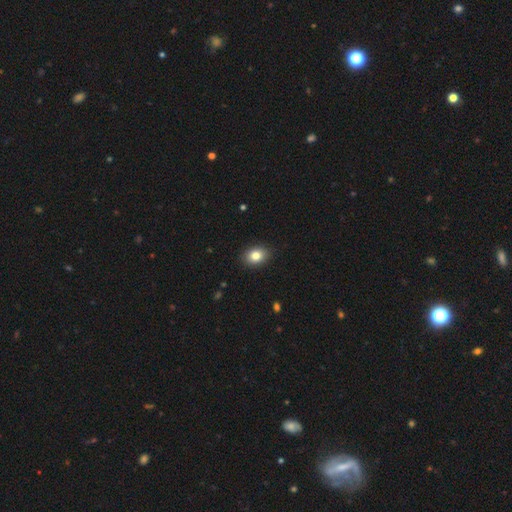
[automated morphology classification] Overall: smooth (83%). How rounded: in between (70%). Merging: none (89%).